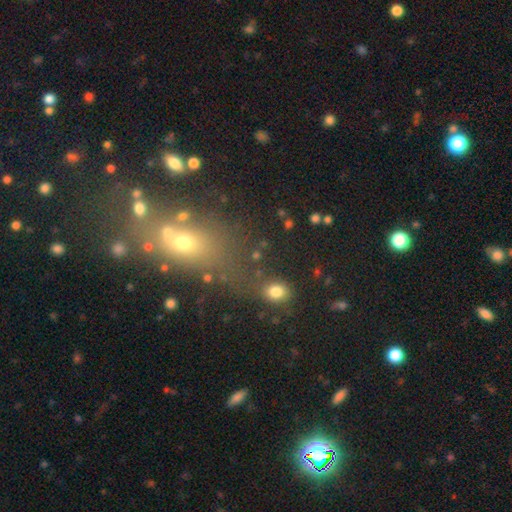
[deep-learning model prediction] Smooth or featured? smooth (66%)
How rounded? in between (48%, tied with round)
Merging? none (63%)